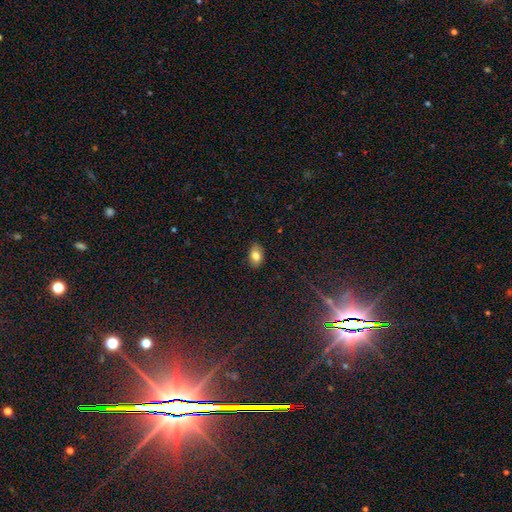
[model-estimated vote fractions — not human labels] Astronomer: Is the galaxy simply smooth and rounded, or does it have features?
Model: smooth — 81%.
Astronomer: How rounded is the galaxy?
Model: in between — 87%.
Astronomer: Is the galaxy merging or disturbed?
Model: none — 86%.